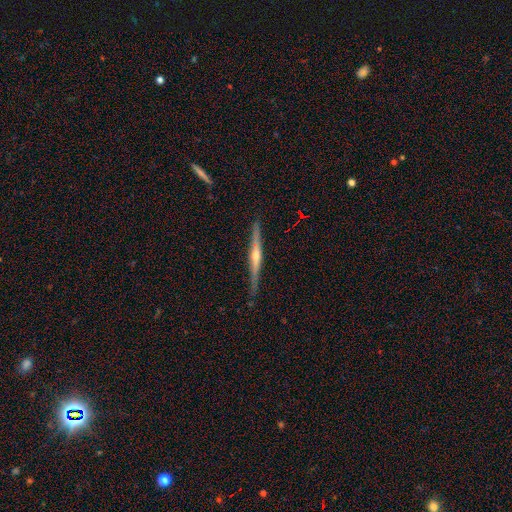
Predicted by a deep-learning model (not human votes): Smooth or featured: featured or disk — 80% (smooth — 14%)
Edge-on disk: yes — 98% (no — 2%)
Edge-on bulge: rounded — 85% (none — 10%)
Merging: none — 87% (minor disturbance — 10%)